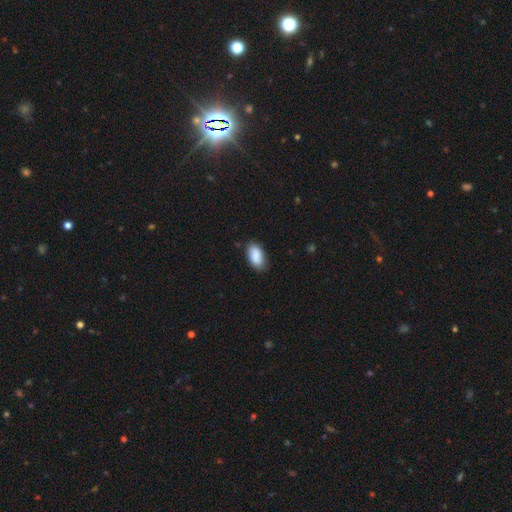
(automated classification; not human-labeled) Smooth or featured?
  - smooth: 89% *
  - star or artifact: 6%
  - featured or disk: 4%
How rounded?
  - in between: 94% *
  - round: 3%
  - cigar-shaped: 3%
Merging?
  - none: 81% *
  - minor disturbance: 15%
  - major disturbance: 3%
  - merger: 1%